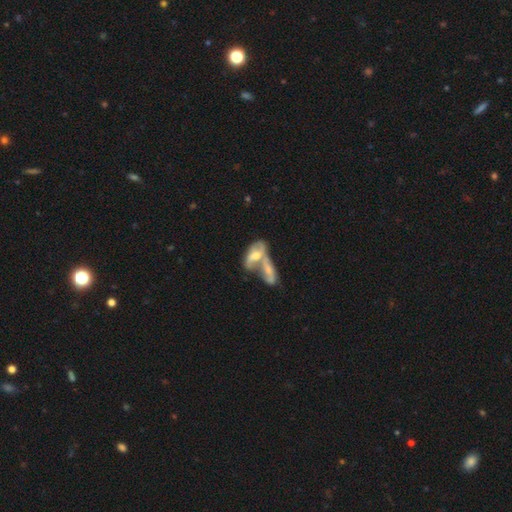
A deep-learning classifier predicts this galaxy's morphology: Smooth or featured? featured or disk (50%)
Edge-on disk? no (86%)
Merging? merger (73%)